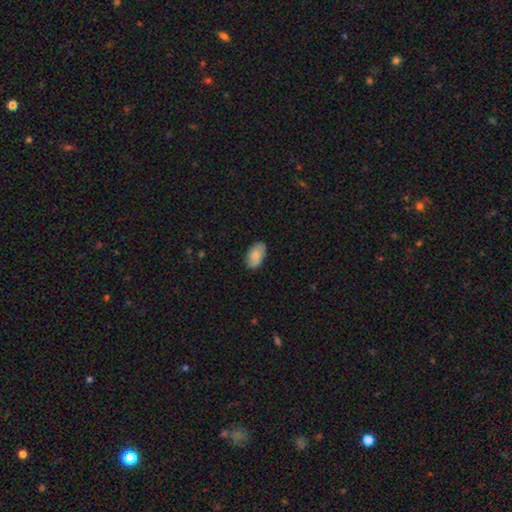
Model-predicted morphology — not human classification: smooth-or-featured: smooth: 84% | featured or disk: 9% | star or artifact: 6%
  how-rounded: in between: 95% | round: 4% | cigar-shaped: 2%
  merging: none: 86% | minor disturbance: 11% | major disturbance: 2% | merger: 1%